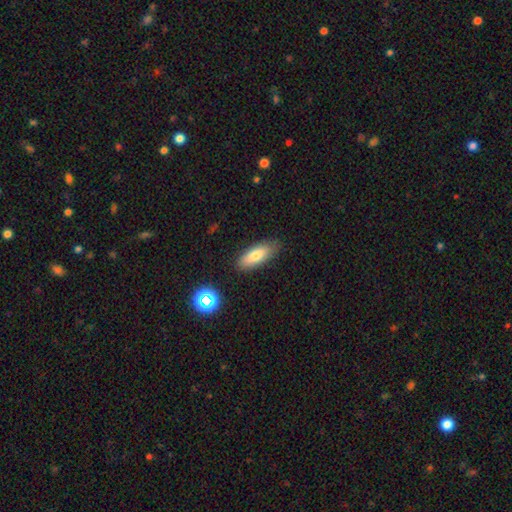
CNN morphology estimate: Q: Smooth or featured?
A: smooth (76%); runner-up: featured or disk (16%)
Q: How rounded?
A: in between (71%); runner-up: cigar-shaped (27%)
Q: Merging?
A: none (84%); runner-up: minor disturbance (12%)